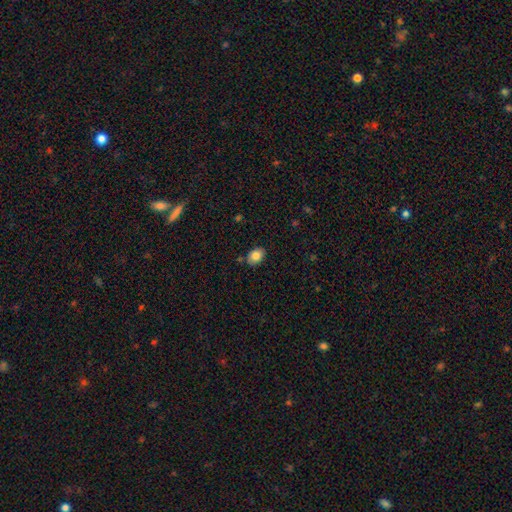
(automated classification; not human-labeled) Q: Smooth or featured?
A: smooth (82%); runner-up: featured or disk (10%)
Q: How rounded?
A: in between (74%); runner-up: round (25%)
Q: Merging?
A: none (81%); runner-up: minor disturbance (13%)